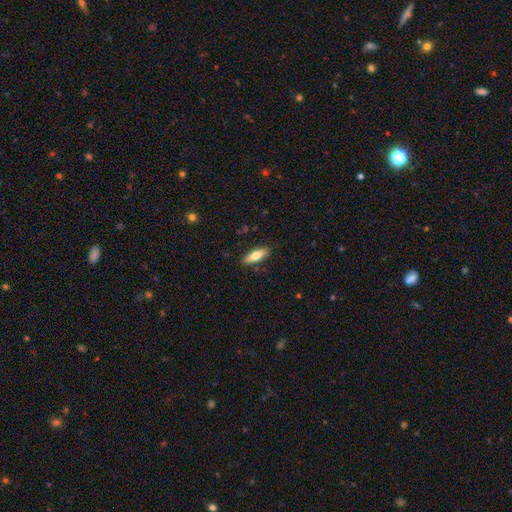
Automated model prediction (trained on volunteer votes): Q: Smooth or featured?
A: smooth (70%); runner-up: featured or disk (24%)
Q: How rounded?
A: in between (56%); runner-up: cigar-shaped (41%)
Q: Merging?
A: none (88%); runner-up: minor disturbance (9%)